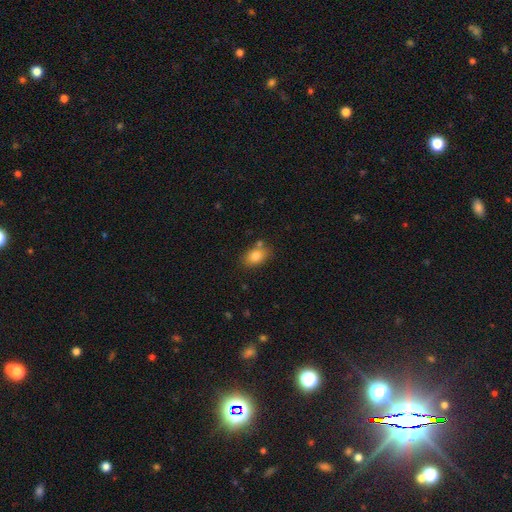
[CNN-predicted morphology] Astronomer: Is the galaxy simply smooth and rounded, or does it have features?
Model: smooth — 82%.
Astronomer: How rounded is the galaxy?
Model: in between — 80%.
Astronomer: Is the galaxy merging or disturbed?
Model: none — 73%.